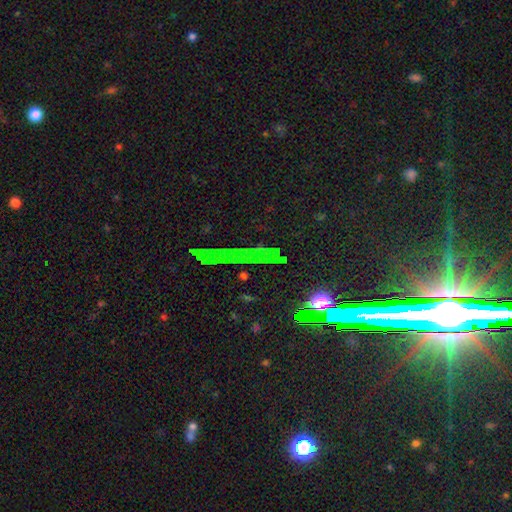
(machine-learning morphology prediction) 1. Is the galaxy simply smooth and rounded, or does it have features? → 68% star or artifact, 21% featured or disk, 11% smooth.